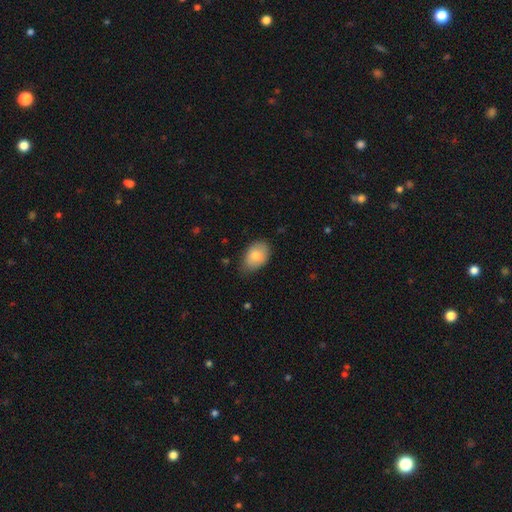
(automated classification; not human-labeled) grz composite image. It shows a smooth galaxy with no disk features (82%) that is in between round and cigar-shaped (86%). Merging: none (71%).